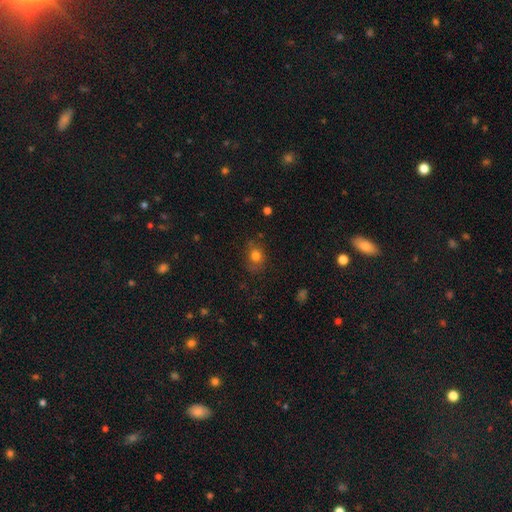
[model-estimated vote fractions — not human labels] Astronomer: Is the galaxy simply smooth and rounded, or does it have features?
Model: smooth — 77%.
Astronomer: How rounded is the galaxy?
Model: round — 55% (runner-up: in between, 44%).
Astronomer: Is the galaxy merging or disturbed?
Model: none — 70%.